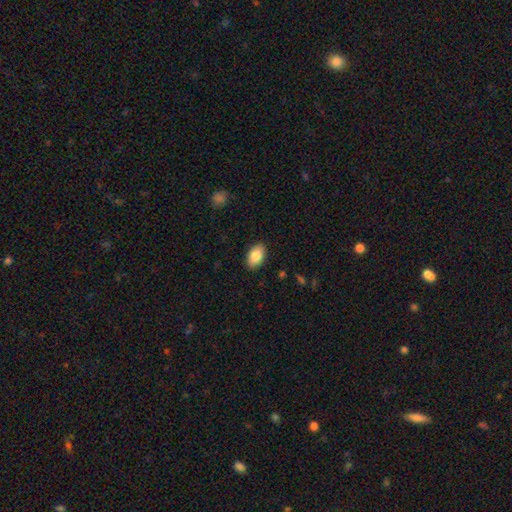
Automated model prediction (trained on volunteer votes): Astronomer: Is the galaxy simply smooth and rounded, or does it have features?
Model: smooth — 85%.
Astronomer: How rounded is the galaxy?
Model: in between — 93%.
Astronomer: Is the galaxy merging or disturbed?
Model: none — 89%.